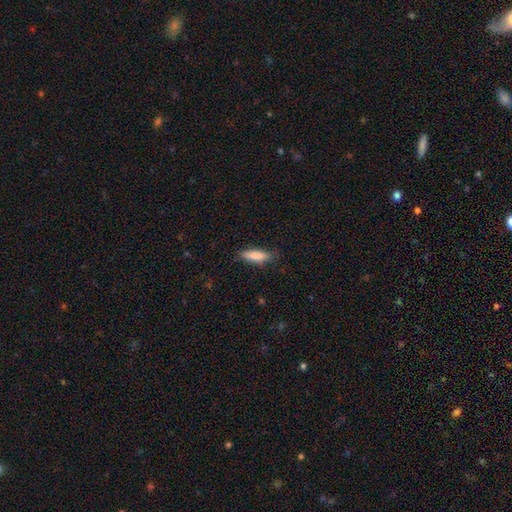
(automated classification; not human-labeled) smooth_or_featured: smooth (p=0.85) [alt: featured or disk p=0.08]
how_rounded: cigar-shaped (p=0.53) [alt: in between p=0.46]
merging: none (p=0.79) [alt: minor disturbance p=0.17]